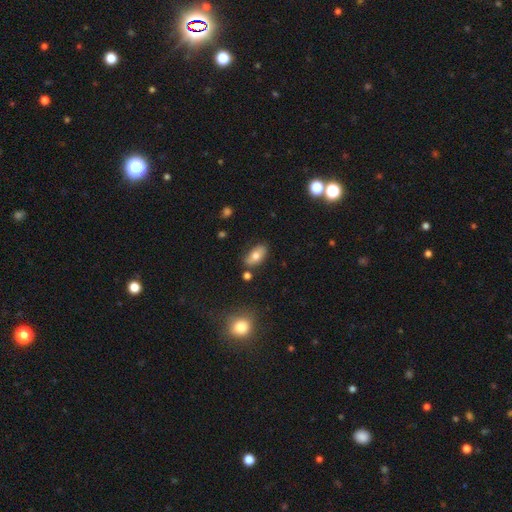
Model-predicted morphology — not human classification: The model was most divided on "smooth or featured": smooth: 71%, featured or disk: 21%, star or artifact: 9%. More confident: how rounded — in between (90%); merging — none (76%).